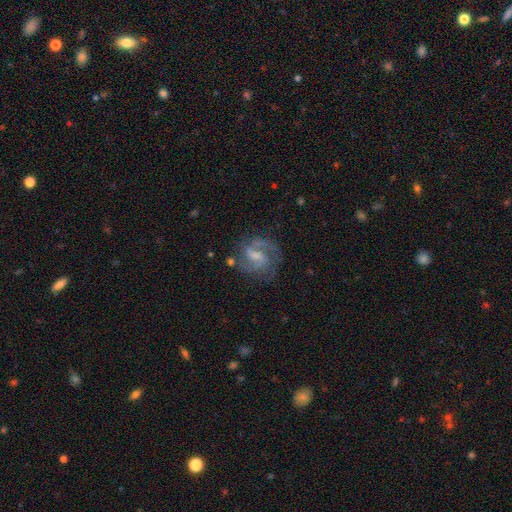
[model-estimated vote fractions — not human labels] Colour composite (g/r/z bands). It shows a featured or disk galaxy (82%) with a weak bar (54%), 2 (77%) medium (54%) spiral arms (95%) and a small central bulge (42%). Merging: none (71%).